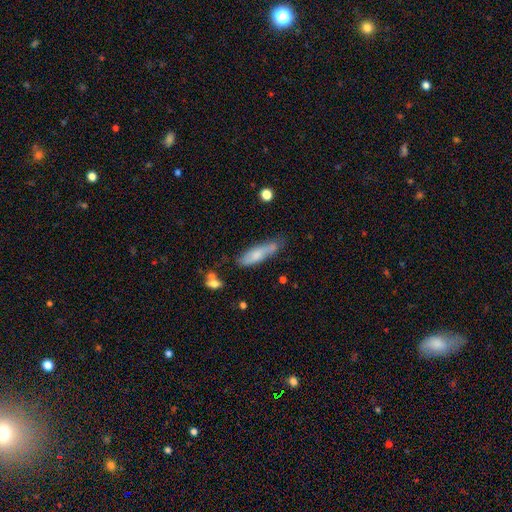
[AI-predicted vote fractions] This appears to be a smooth galaxy with no disk features (62%) that is cigar-shaped (69%). Merging: none (62%).